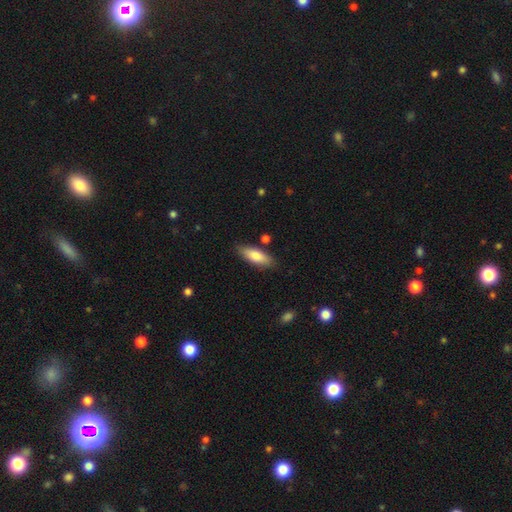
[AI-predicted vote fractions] This is clearly a smooth galaxy (81%). How rounded: likely in between (65%). Merging: clearly none (83%).